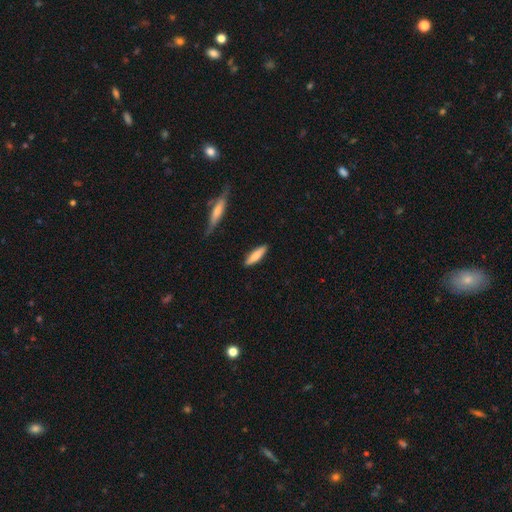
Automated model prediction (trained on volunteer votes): Smooth or featured?
  - smooth: 77% *
  - featured or disk: 17%
  - star or artifact: 5%
How rounded?
  - cigar-shaped: 65% *
  - in between: 34%
  - round: 2%
Merging?
  - none: 87% *
  - minor disturbance: 9%
  - major disturbance: 2%
  - merger: 2%